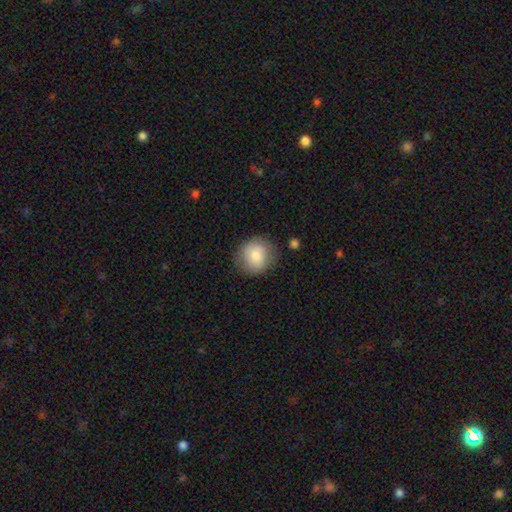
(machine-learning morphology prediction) smooth_or_featured: smooth (p=0.80) [alt: featured or disk p=0.13]
how_rounded: round (p=0.87) [alt: in between p=0.12]
merging: none (p=0.80) [alt: minor disturbance p=0.14]